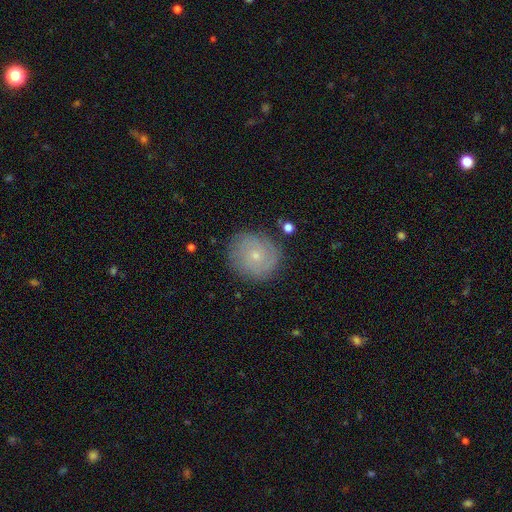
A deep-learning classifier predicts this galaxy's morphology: This is possibly a featured or disk galaxy (55%). It is clearly not viewed edge-on (97%). Bar: clearly no (83%). Spiral arm pattern: clearly yes (81%). Central bulge: likely small (75%). Merging: clearly none (82%).